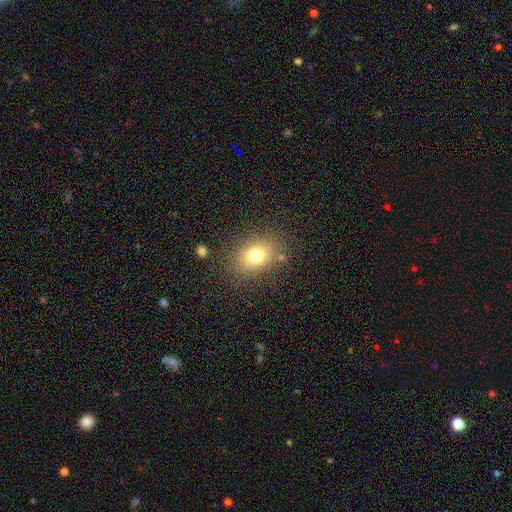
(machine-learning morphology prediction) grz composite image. It shows a smooth galaxy with no disk features (75%) that is in between round and cigar-shaped (63%). Merging: none (81%).